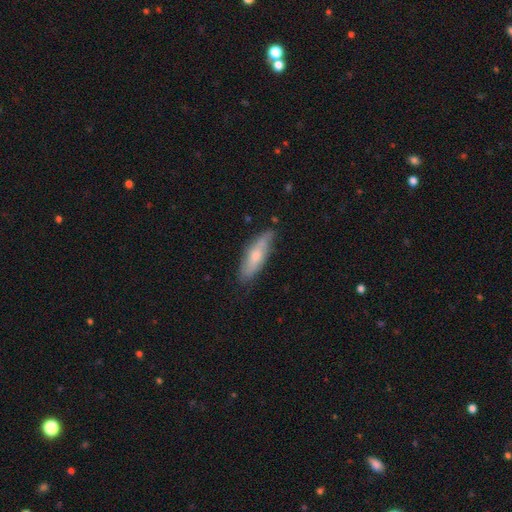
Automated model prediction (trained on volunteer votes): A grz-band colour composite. It shows a smooth galaxy with no disk features (56%) that is cigar-shaped (56%). Merging: none (73%).